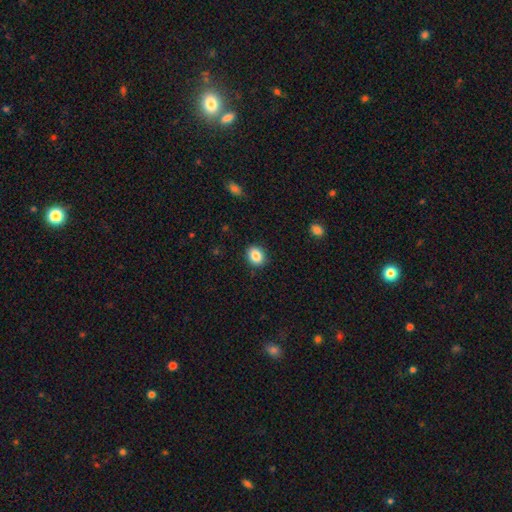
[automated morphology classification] smooth 86%, star or artifact 9%, featured or disk 5%. Down the decision tree: how rounded — round (58%); merging — none (90%).